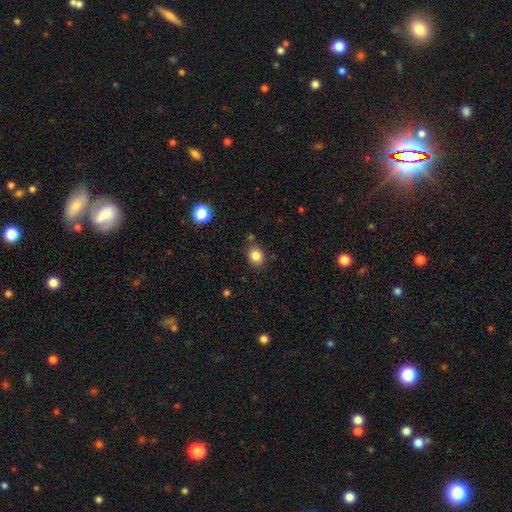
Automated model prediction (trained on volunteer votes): This is clearly a smooth galaxy (85%). How rounded: possibly round (58%). Merging: likely none (79%).